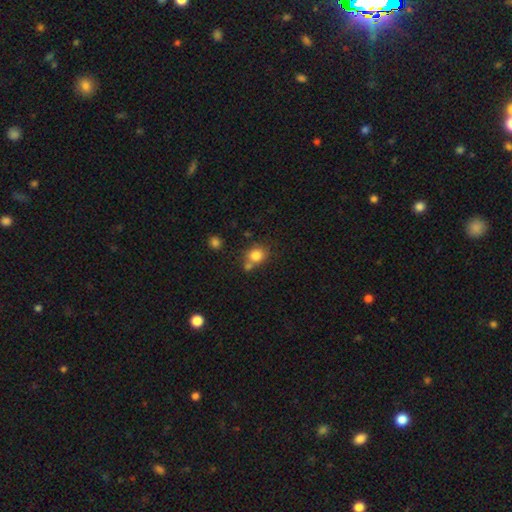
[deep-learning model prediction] Smooth or featured? smooth (82%)
How rounded? round (74%)
Merging? none (58%)